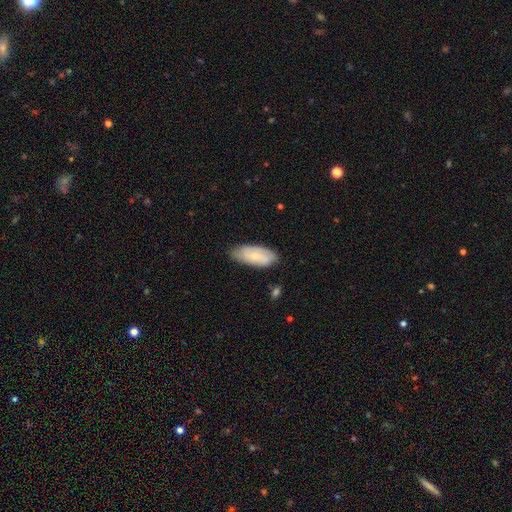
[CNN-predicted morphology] This is likely a smooth galaxy (64%). How rounded: clearly in between (86%). Merging: likely none (72%).